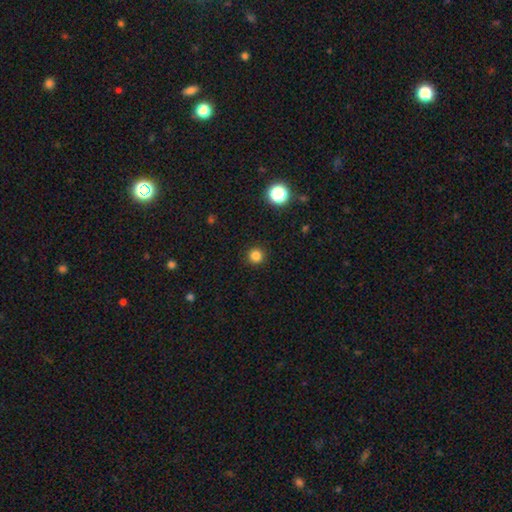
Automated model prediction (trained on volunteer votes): smooth 83%, star or artifact 14%, featured or disk 4%. Down the decision tree: how rounded — round (95%); merging — none (92%).